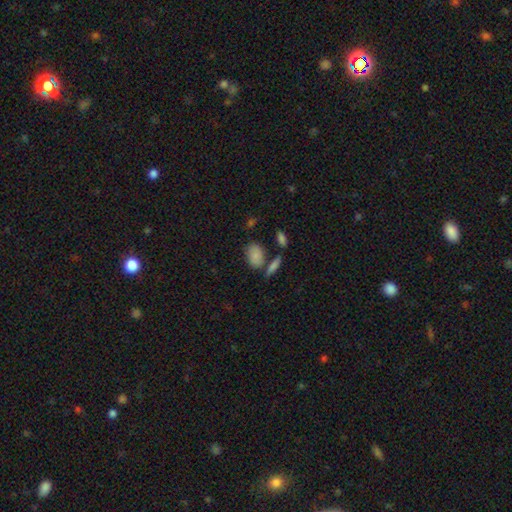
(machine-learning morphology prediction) This appears to be a smooth galaxy with no disk features (84%) that is in between round and cigar-shaped (86%). Merging: none (61%).